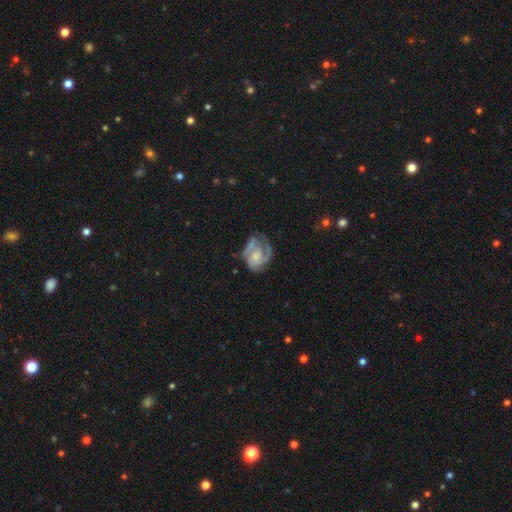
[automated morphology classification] Smooth or featured? Predicted: featured or disk (p=0.79). Edge-on disk? Predicted: no (p=0.98). Bar? Predicted: no (p=0.68). Spiral arms? Predicted: yes (p=0.92). Spiral winding? Predicted: medium (p=0.44). Spiral arm count? Predicted: 2 (p=0.43). Bulge size? Predicted: small (p=0.39, tied with moderate). Merging? Predicted: none (p=0.52).